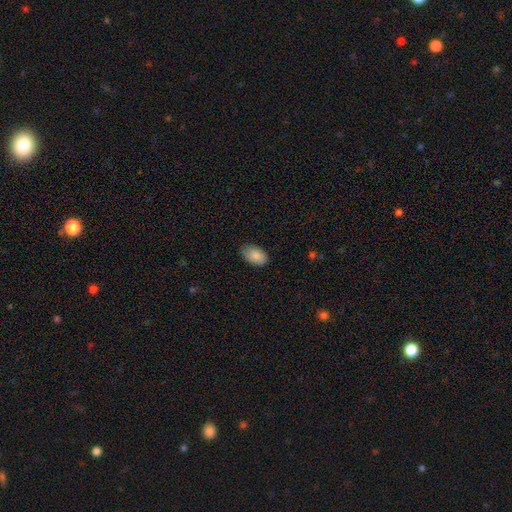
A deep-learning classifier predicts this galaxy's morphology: type=smooth (88%); roundness=in between (93%); merging=none (77%).